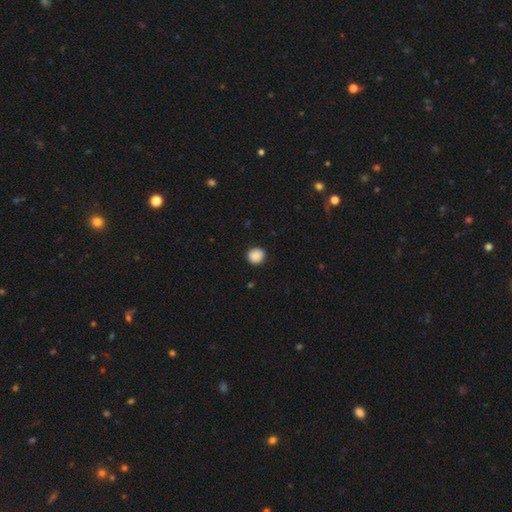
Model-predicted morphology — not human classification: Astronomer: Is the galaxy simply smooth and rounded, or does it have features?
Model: smooth — 88%.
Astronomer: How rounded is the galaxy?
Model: round — 90%.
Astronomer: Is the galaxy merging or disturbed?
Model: none — 90%.